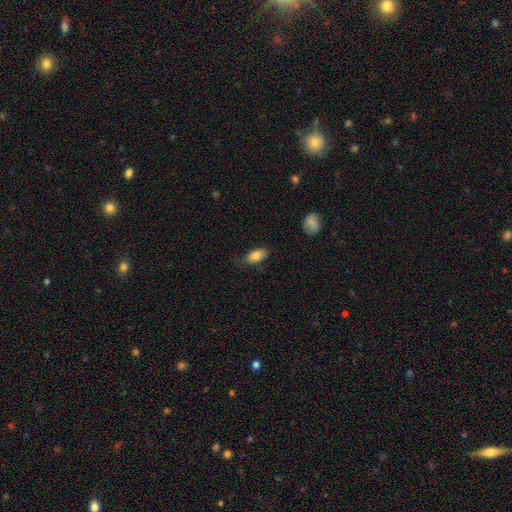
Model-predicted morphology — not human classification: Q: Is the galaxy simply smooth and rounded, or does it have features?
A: smooth — 82%.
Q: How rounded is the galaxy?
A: in between — 92%.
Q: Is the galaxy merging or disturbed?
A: none — 73%.